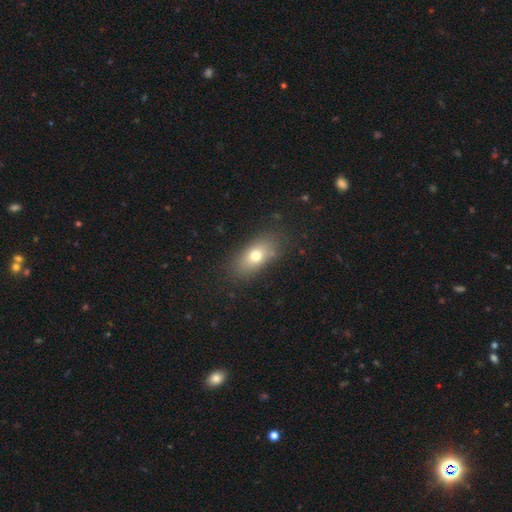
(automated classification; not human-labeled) Smooth or featured? Predicted: smooth (p=0.72). How rounded? Predicted: in between (p=0.83). Merging? Predicted: none (p=0.80).